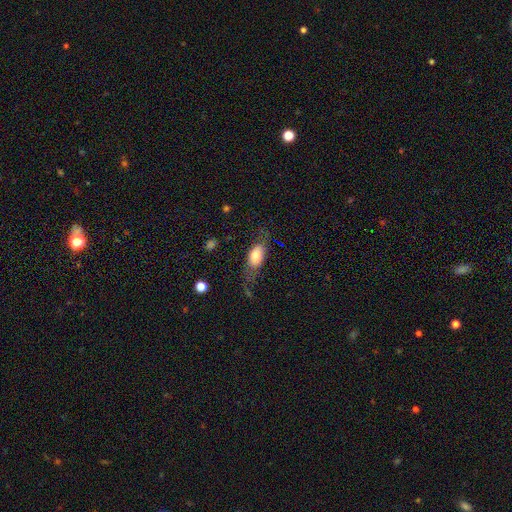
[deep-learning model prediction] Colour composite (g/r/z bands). It shows a smooth galaxy with no disk features (71%) that is in between round and cigar-shaped (86%). Merging: none (49%).